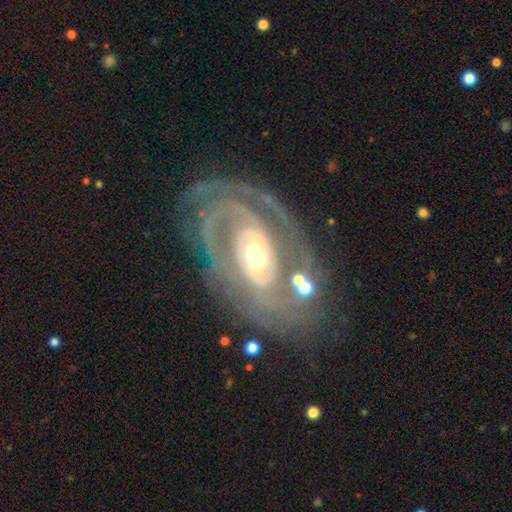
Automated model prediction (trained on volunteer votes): Overall: featured or disk (89%). Edge-on disk: no (96%). Bar: no (55%; weak 28%). Spiral arms: yes (95%). Spiral arm count: 2 (47%; 3 21%). Spiral winding: tight (67%). Bulge size: moderate (63%; small 27%). Merging: none (71%).